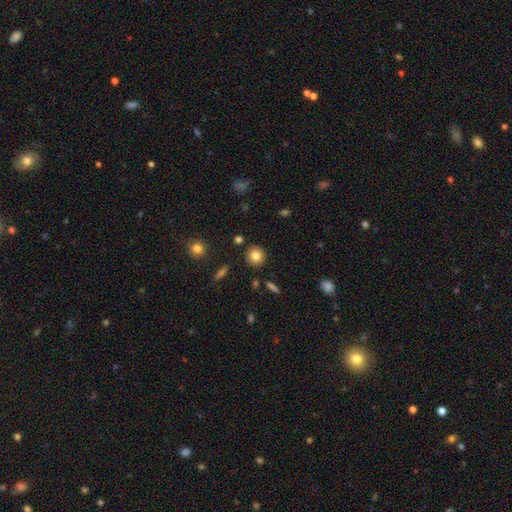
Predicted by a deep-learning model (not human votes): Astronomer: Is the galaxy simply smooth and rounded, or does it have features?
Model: smooth — 81%.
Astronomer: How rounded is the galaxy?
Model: round — 91%.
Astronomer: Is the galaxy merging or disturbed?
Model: none — 89%.